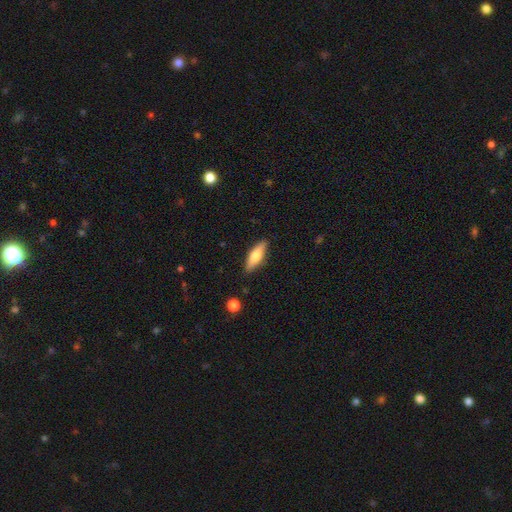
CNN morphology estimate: A smooth galaxy with no disk features (67%) that is in between round and cigar-shaped (50%).

Vote fractions:
- Smooth or featured? smooth: 67% / featured or disk: 28% / star or artifact: 6%
- How rounded? in between: 50% / cigar-shaped: 48% / round: 2%
- Merging? none: 86% / minor disturbance: 11% / major disturbance: 2% / merger: 1%